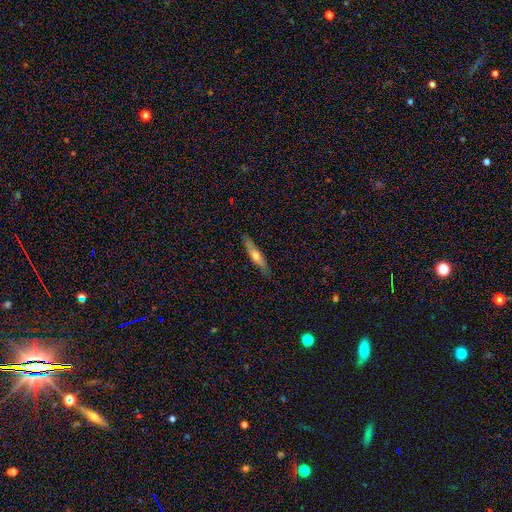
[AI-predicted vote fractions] Morphology: type=smooth (52%); roundness=cigar-shaped (87%); merging=none (86%).